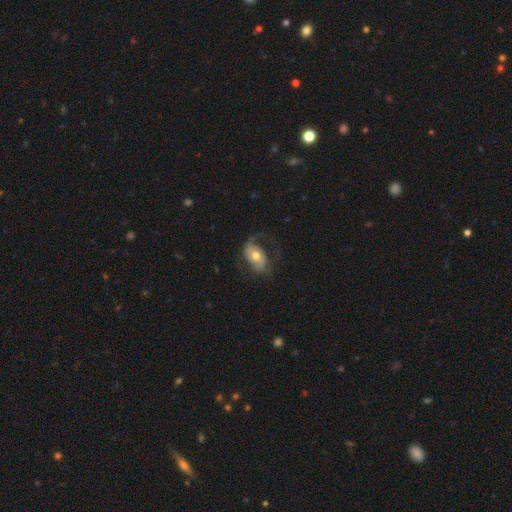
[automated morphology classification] A featured or disk galaxy (59%) with no bar (62%), spiral arms (76%) and a moderate central bulge (71%).

Vote fractions:
- Smooth or featured? featured or disk: 59% / smooth: 34% / star or artifact: 7%
- Edge-on disk? no: 94% / yes: 6%
- Bar? no: 62% / weak: 25% / strong: 13%
- Spiral arms? yes: 76% / no: 24%
- Bulge size? moderate: 71% / small: 18% / large: 9% / dominant: 2% / none: 1%
- Merging? none: 47% / major disturbance: 30% / minor disturbance: 21% / merger: 2%